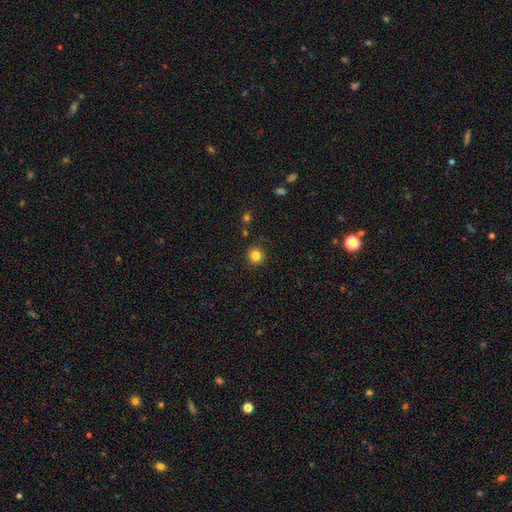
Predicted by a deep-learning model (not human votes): smooth_or_featured: smooth (p=0.83) [alt: star or artifact p=0.12]
how_rounded: round (p=0.93) [alt: in between p=0.06]
merging: none (p=0.90) [alt: minor disturbance p=0.06]